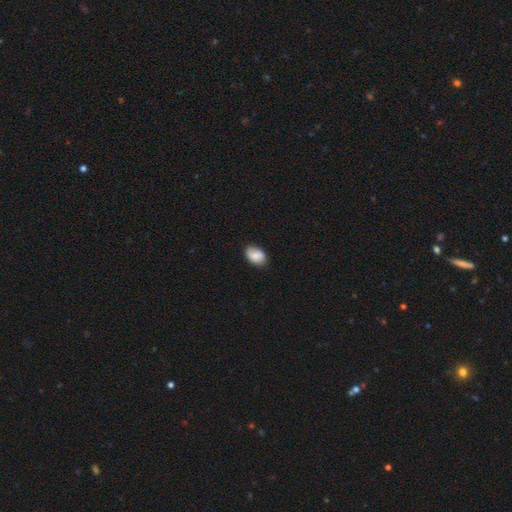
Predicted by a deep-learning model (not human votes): smooth 81%, featured or disk 11%, star or artifact 8%. Down the decision tree: how rounded — in between (85%); merging — none (78%).